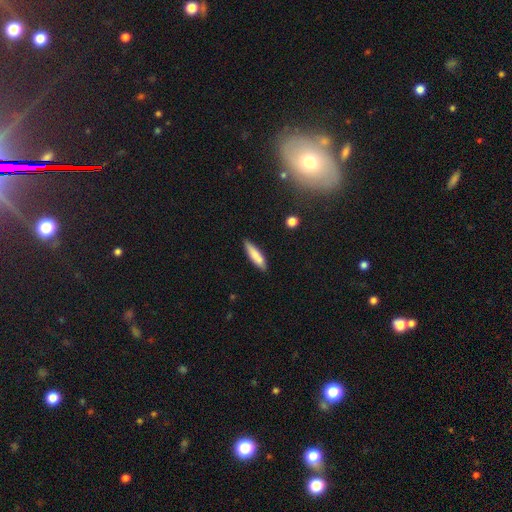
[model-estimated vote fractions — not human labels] Smooth or featured: smooth — 79% (featured or disk — 14%)
How rounded: cigar-shaped — 74% (in between — 24%)
Merging: none — 84% (minor disturbance — 13%)